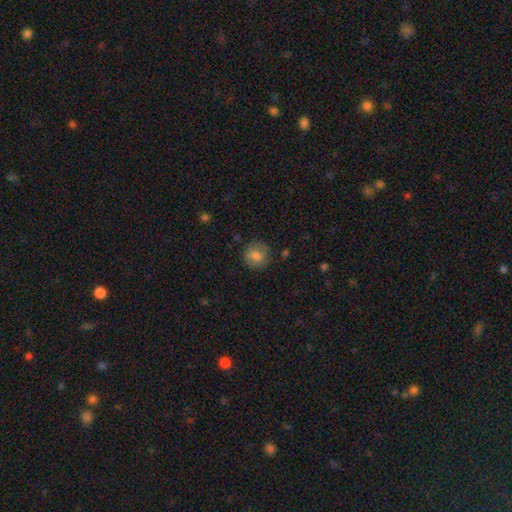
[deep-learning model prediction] Smooth or featured? smooth (76%)
How rounded? round (85%)
Merging? none (80%)